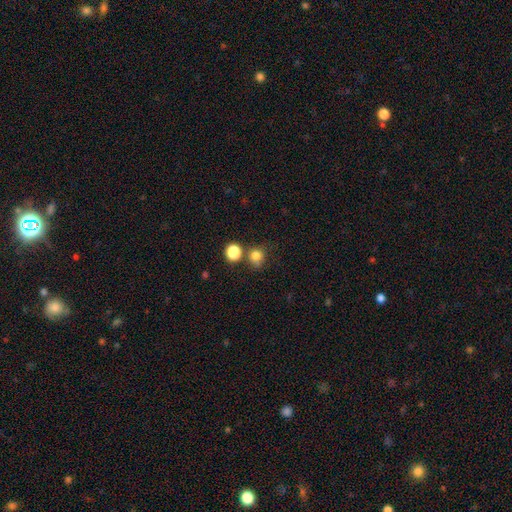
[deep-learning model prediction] Overall: smooth (80%). How rounded: round (86%). Merging: none (68%).